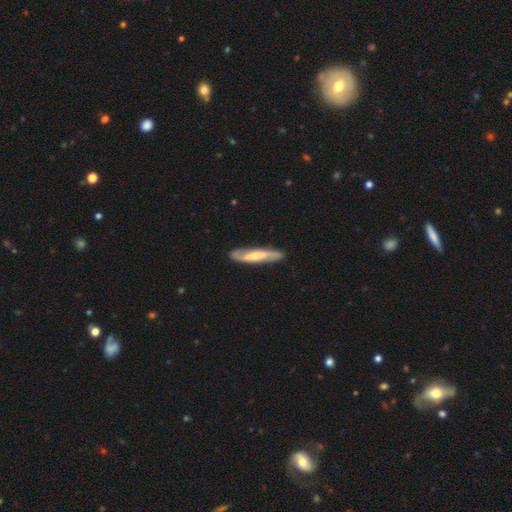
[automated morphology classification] This is likely a featured or disk galaxy (61%). It is possibly not viewed edge-on (58%). Merging: clearly none (81%).